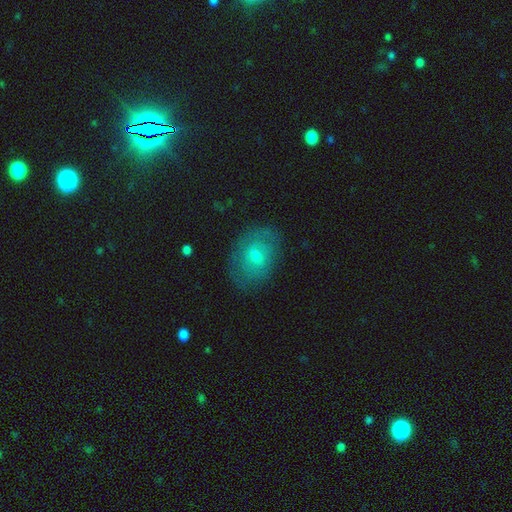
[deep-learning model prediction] Q: Smooth or featured?
A: smooth (47%); runner-up: featured or disk (41%)
Q: Merging?
A: none (75%); runner-up: minor disturbance (17%)